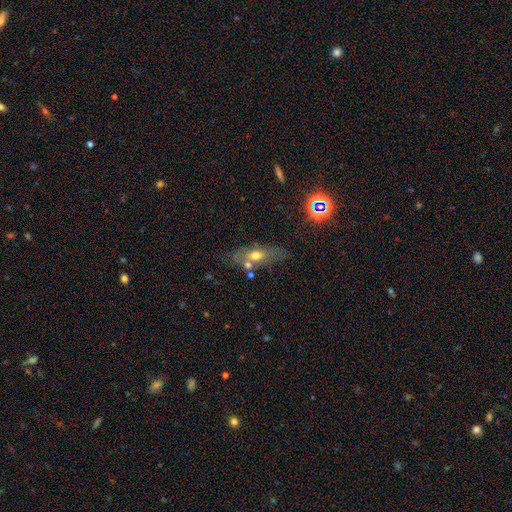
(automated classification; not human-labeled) Smooth or featured? Predicted: smooth (p=0.50). How rounded? Predicted: in between (p=0.68). Merging? Predicted: none (p=0.60).